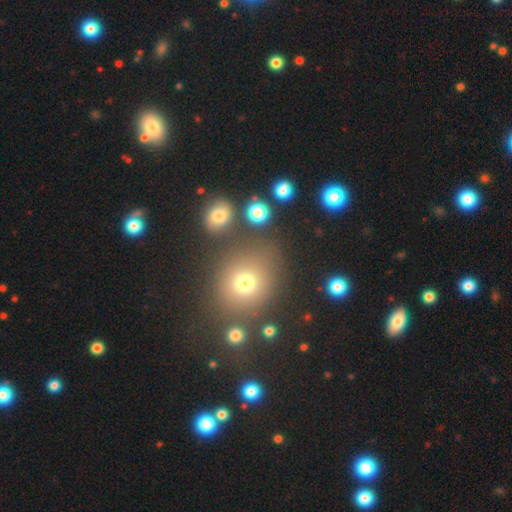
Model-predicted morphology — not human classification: Smooth or featured?
  - smooth: 59% *
  - star or artifact: 31%
  - featured or disk: 10%
How rounded?
  - round: 76% *
  - in between: 22%
  - cigar-shaped: 1%
Merging?
  - none: 81% *
  - minor disturbance: 9%
  - merger: 6%
  - major disturbance: 4%